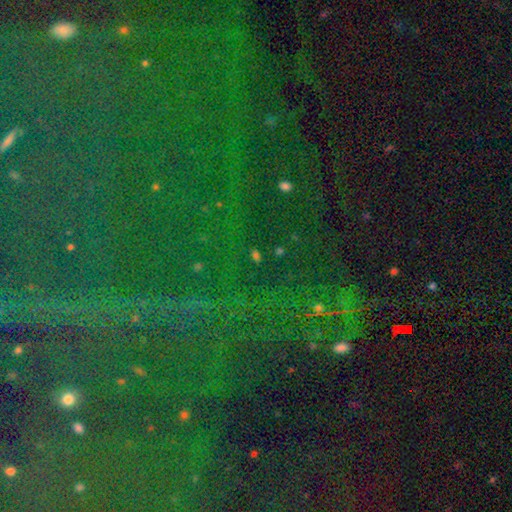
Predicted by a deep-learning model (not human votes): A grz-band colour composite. It shows a star or artifact, not a galaxy (72%).